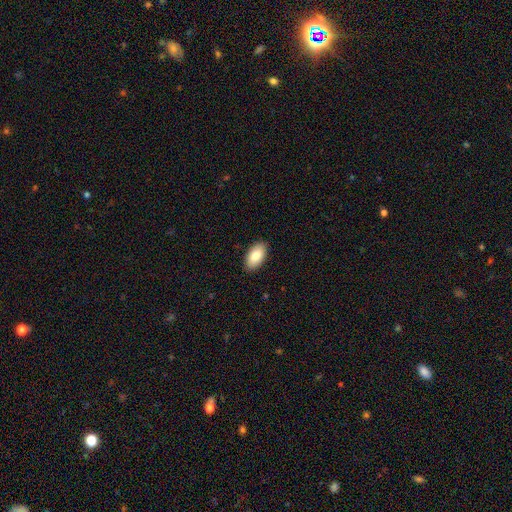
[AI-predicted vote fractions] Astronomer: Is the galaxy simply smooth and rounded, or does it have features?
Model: smooth — 83%.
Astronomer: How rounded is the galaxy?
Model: in between — 95%.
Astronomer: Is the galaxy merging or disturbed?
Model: none — 89%.